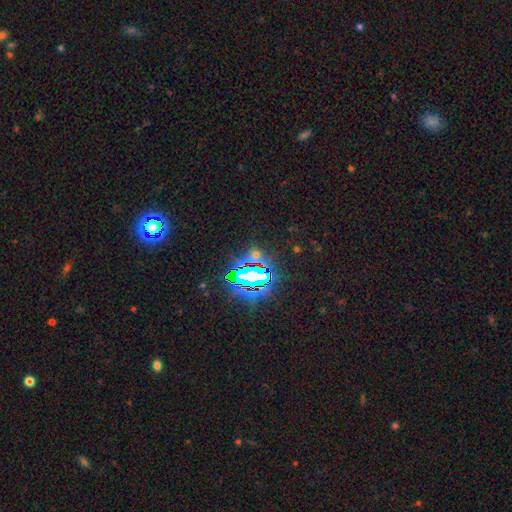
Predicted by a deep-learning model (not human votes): The model was most divided on "smooth or featured": star or artifact: 75%, smooth: 17%, featured or disk: 9%.